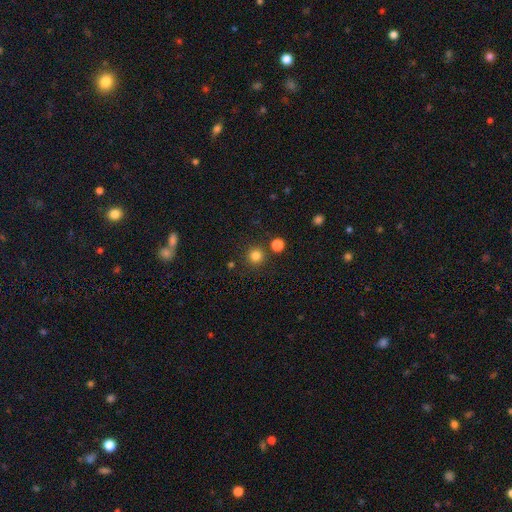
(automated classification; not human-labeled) This appears to be a smooth galaxy with no disk features (81%) that is round (94%). Merging: none (85%).